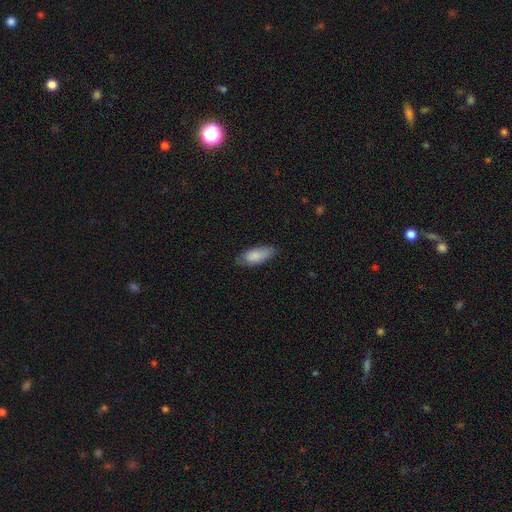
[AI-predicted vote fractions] The model was most divided on "merging": none: 73%, minor disturbance: 22%, major disturbance: 4%, merger: 1%. More confident: smooth or featured — smooth (86%); how rounded — in between (80%).